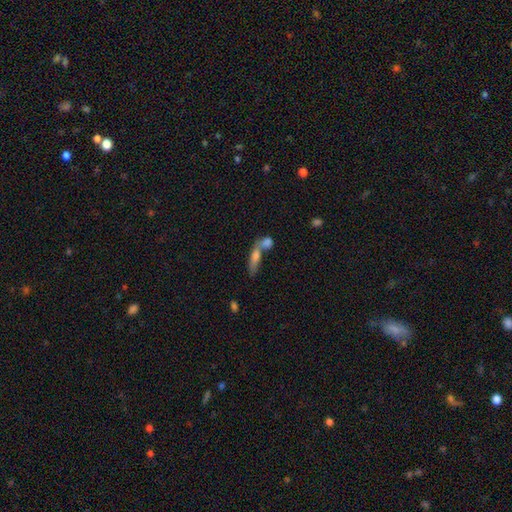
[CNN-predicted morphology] The model was most divided on "merging": merger: 48%, none: 36%, minor disturbance: 9%, major disturbance: 6%. More confident: how rounded — cigar-shaped (58%); smooth or featured — smooth (54%).